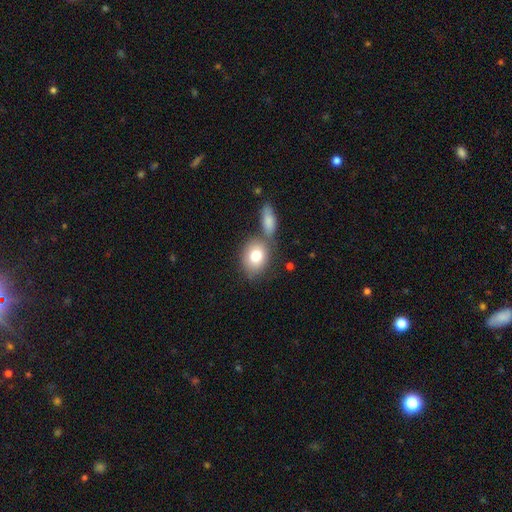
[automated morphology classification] The model was most divided on "merging": none: 51%, merger: 31%, minor disturbance: 13%, major disturbance: 5%. More confident: smooth or featured — smooth (80%); how rounded — in between (64%).